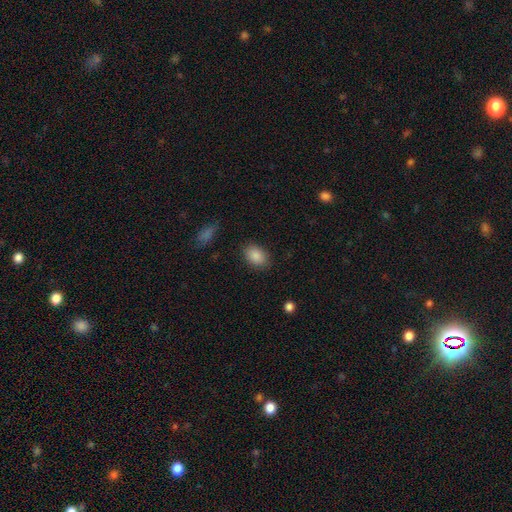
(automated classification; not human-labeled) This is clearly a smooth galaxy (88%). How rounded: clearly in between (83%). Merging: clearly none (85%).